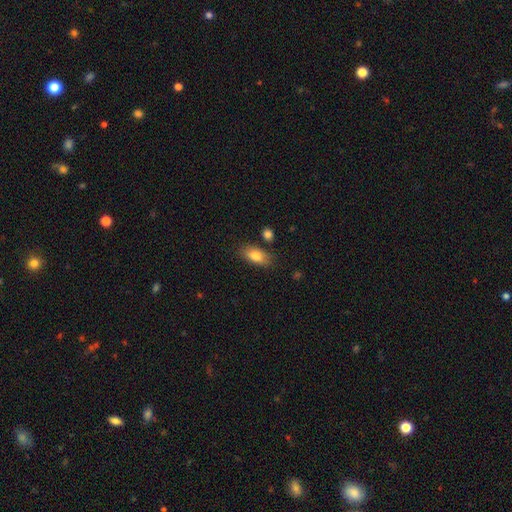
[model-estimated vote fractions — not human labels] Overall: smooth (81%). How rounded: in between (87%). Merging: none (79%).